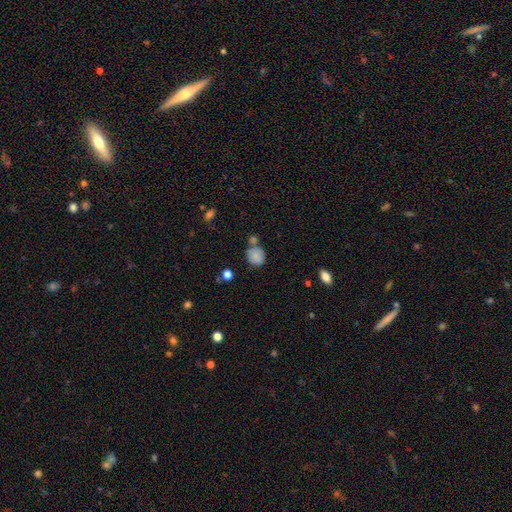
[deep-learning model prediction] smooth-or-featured: smooth: 84% | star or artifact: 9% | featured or disk: 7%
  how-rounded: round: 71% | in between: 28% | cigar-shaped: 1%
  merging: none: 57% | merger: 23% | minor disturbance: 15% | major disturbance: 5%